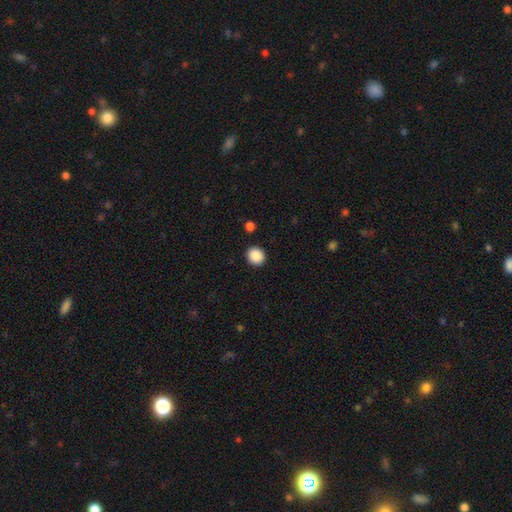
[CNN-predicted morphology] A smooth galaxy with no disk features (89%) that is round (85%). Merging: none (91%).